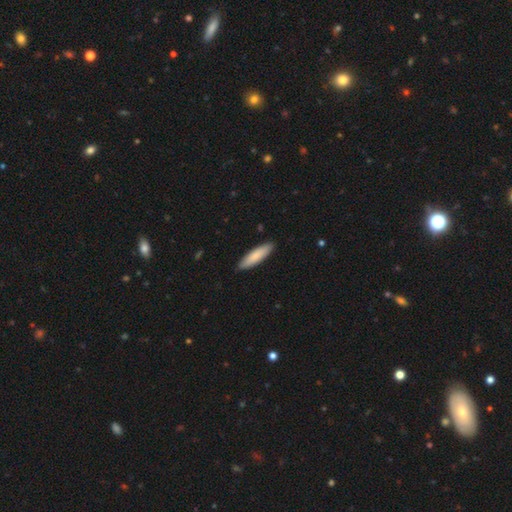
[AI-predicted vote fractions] smooth-or-featured: smooth: 84% | featured or disk: 11% | star or artifact: 5%
  how-rounded: cigar-shaped: 68% | in between: 31% | round: 1%
  merging: none: 89% | minor disturbance: 8% | major disturbance: 1% | merger: 1%